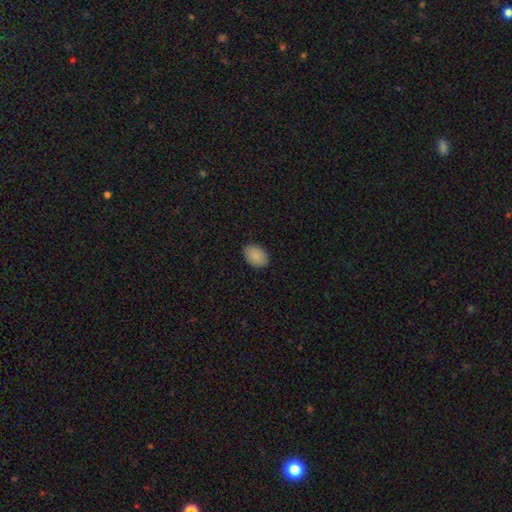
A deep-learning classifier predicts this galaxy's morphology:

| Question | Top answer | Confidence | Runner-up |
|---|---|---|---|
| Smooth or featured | smooth | 90% | star or artifact (7%) |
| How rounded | in between | 80% | round (19%) |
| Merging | none | 88% | minor disturbance (9%) |